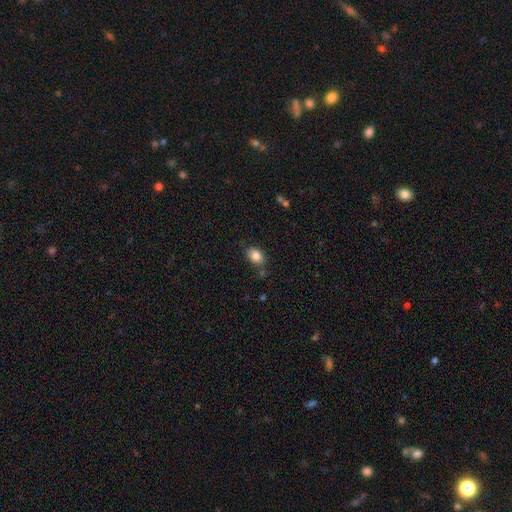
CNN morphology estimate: Q: Smooth or featured?
A: smooth (85%); runner-up: star or artifact (9%)
Q: How rounded?
A: in between (77%); runner-up: round (22%)
Q: Merging?
A: none (75%); runner-up: minor disturbance (16%)